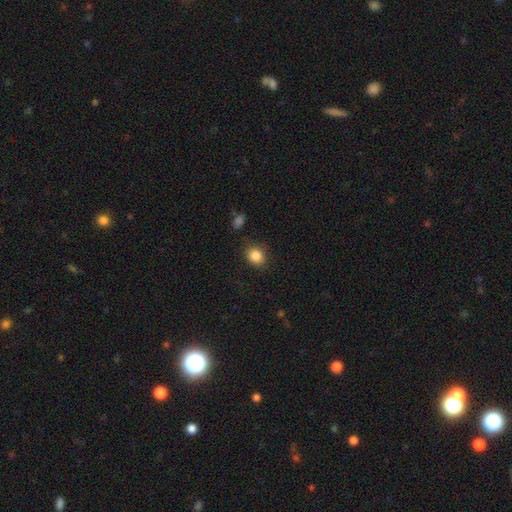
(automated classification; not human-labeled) Smooth or featured: smooth — 86% (star or artifact — 10%)
How rounded: round — 59% (in between — 40%)
Merging: none — 84% (minor disturbance — 11%)